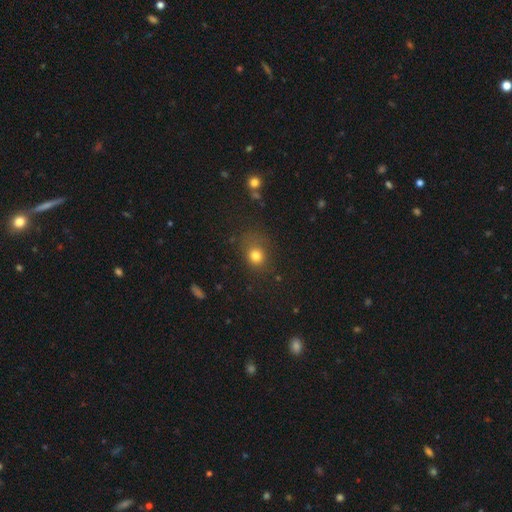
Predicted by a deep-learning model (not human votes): A smooth galaxy with no disk features (78%) that is round (71%).

Vote fractions:
- Smooth or featured? smooth: 78% / star or artifact: 15% / featured or disk: 8%
- How rounded? round: 71% / in between: 28% / cigar-shaped: 1%
- Merging? none: 67% / minor disturbance: 19% / major disturbance: 12% / merger: 3%